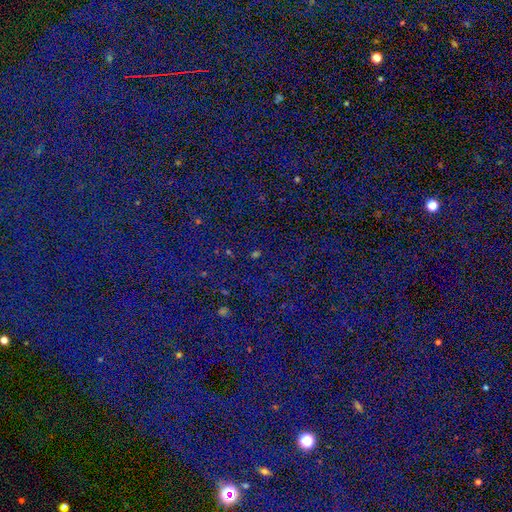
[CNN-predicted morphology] smooth-or-featured: star or artifact: 84% | smooth: 9% | featured or disk: 7%